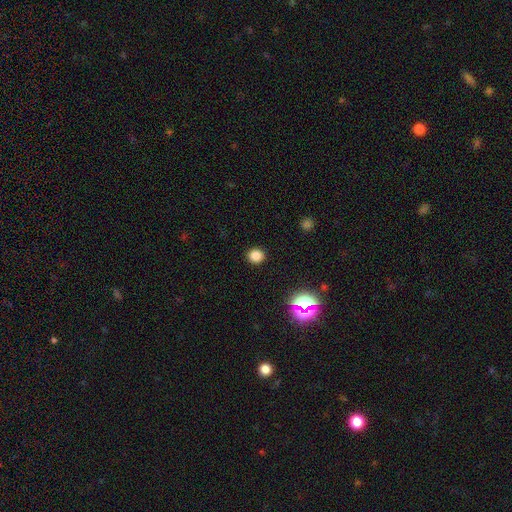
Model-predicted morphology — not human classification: A smooth galaxy with no disk features (81%) that is round (88%).

Vote fractions:
- Smooth or featured? smooth: 81% / star or artifact: 15% / featured or disk: 4%
- How rounded? round: 88% / in between: 11% / cigar-shaped: 1%
- Merging? none: 91% / minor disturbance: 6% / major disturbance: 2% / merger: 1%